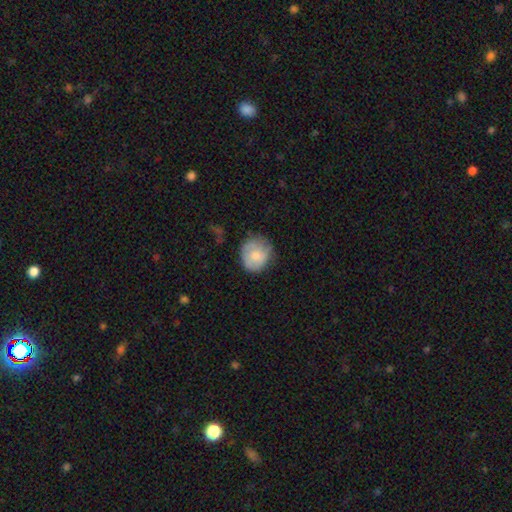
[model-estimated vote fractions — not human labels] The model was most divided on "merging": none: 66%, minor disturbance: 25%, major disturbance: 7%, merger: 2%. More confident: how rounded — round (79%); smooth or featured — smooth (71%).